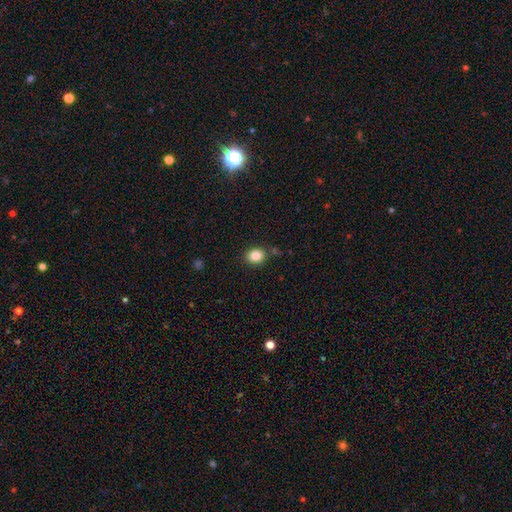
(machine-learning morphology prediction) Q: Smooth or featured?
A: smooth (84%); runner-up: star or artifact (10%)
Q: How rounded?
A: round (58%); runner-up: in between (41%)
Q: Merging?
A: none (83%); runner-up: minor disturbance (10%)